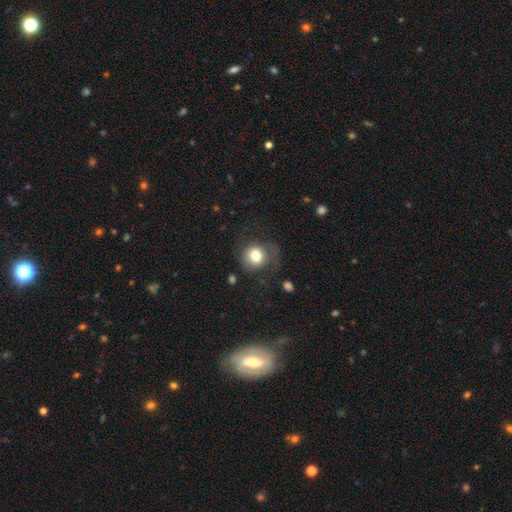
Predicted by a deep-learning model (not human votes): Smooth or featured? smooth (79%)
How rounded? round (84%)
Merging? none (60%)